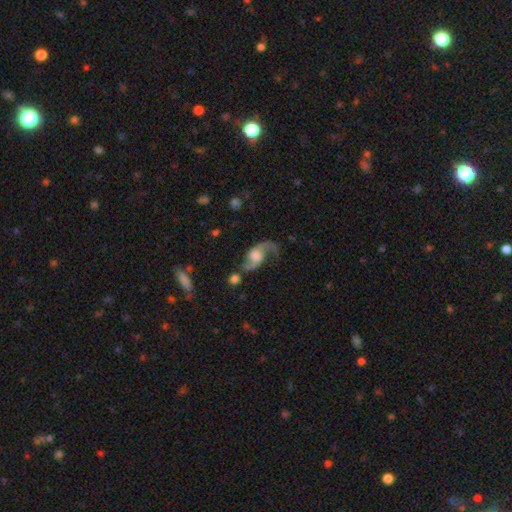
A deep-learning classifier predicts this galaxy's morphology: Overall: featured or disk (82%). Edge-on disk: no (95%). Bar: no (54%; weak 37%). Spiral arms: yes (94%). Spiral arm count: 2 (86%). Spiral winding: loose (72%). Bulge size: moderate (33%; large 30%). Merging: none (51%; major disturbance 21%).